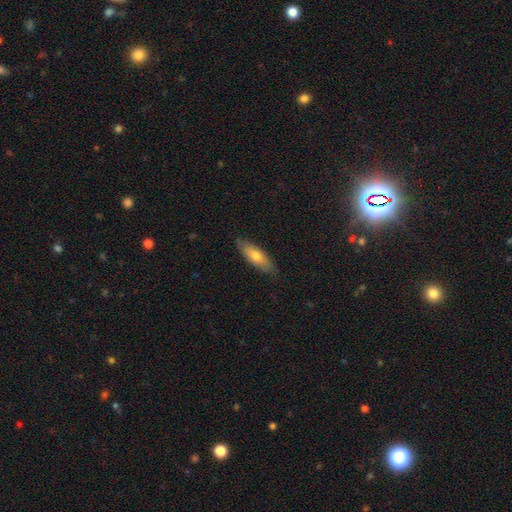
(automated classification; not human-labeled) Smooth or featured?
  - smooth: 66% *
  - featured or disk: 29%
  - star or artifact: 6%
How rounded?
  - in between: 62% *
  - cigar-shaped: 35%
  - round: 2%
Merging?
  - none: 81% *
  - minor disturbance: 16%
  - major disturbance: 2%
  - merger: 1%